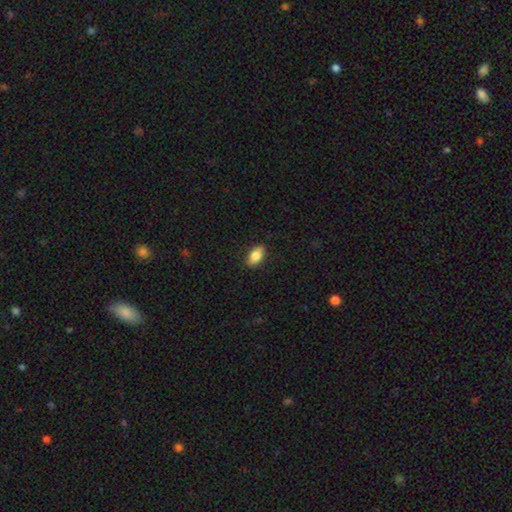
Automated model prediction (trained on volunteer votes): The model was most divided on "smooth or featured": smooth: 82%, featured or disk: 10%, star or artifact: 7%. More confident: how rounded — in between (90%); merging — none (88%).